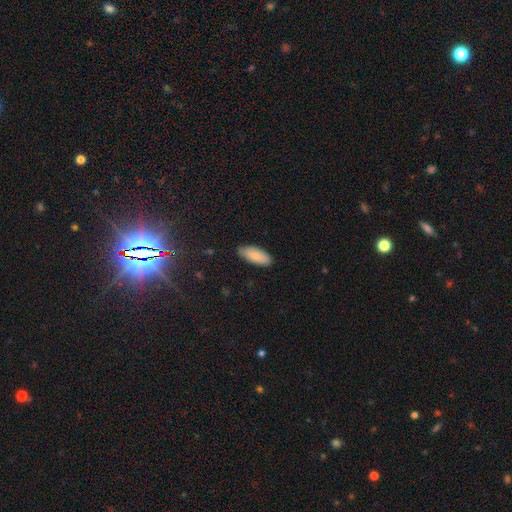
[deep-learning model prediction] Smooth or featured? Predicted: smooth (p=0.85). How rounded? Predicted: in between (p=0.81). Merging? Predicted: none (p=0.83).